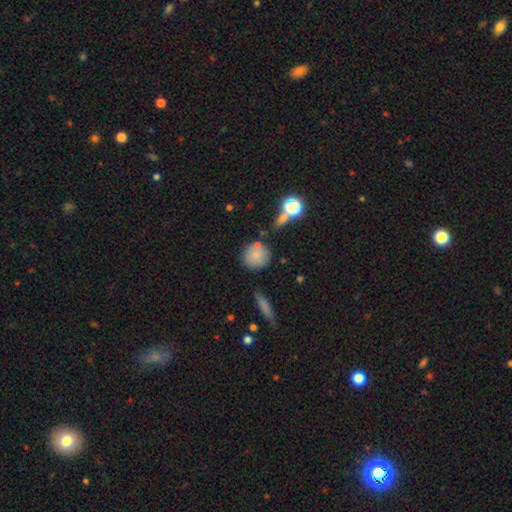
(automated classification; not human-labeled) This appears to be a smooth galaxy with no disk features (78%) that is round (89%). Merging: none (73%).